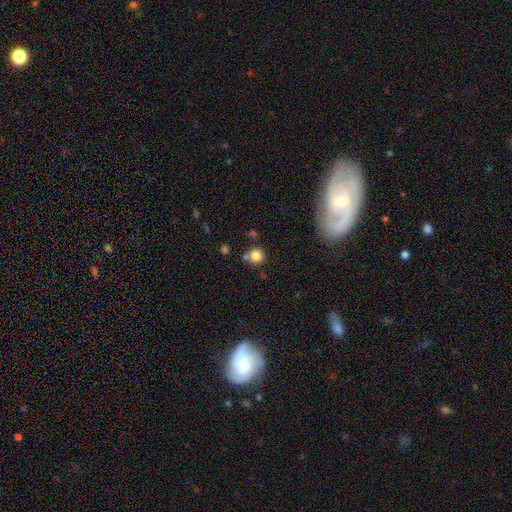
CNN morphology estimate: Smooth or featured: smooth — 83% (star or artifact — 12%)
How rounded: round — 92% (in between — 7%)
Merging: none — 69% (merger — 16%)